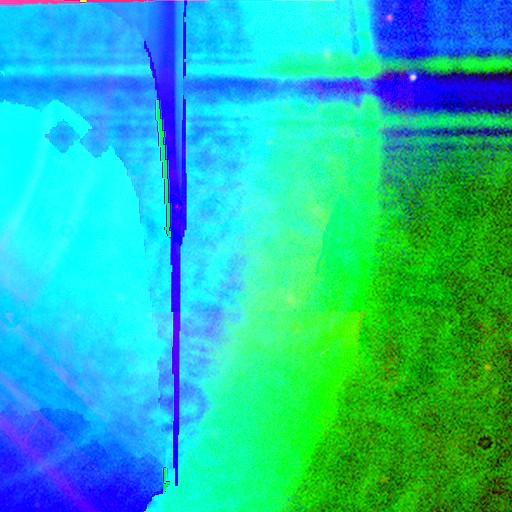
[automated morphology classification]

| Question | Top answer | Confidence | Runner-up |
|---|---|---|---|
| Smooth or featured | star or artifact | 83% | featured or disk (10%) |